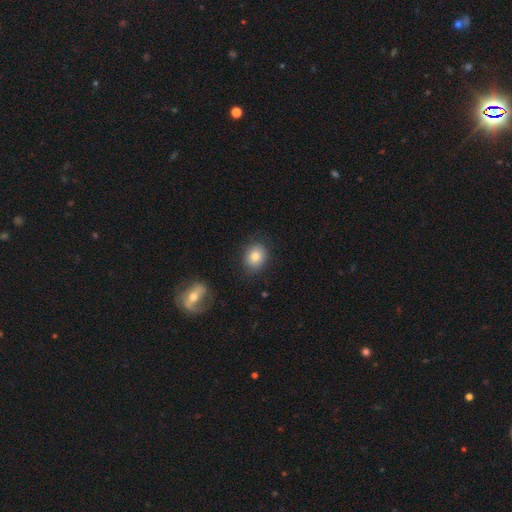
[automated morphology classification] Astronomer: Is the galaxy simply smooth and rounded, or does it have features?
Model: smooth — 80%.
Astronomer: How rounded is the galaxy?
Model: round — 60% (runner-up: in between, 39%).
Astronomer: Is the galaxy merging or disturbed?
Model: none — 84%.